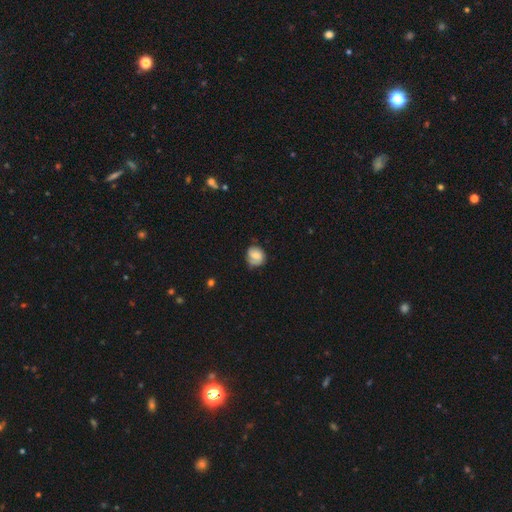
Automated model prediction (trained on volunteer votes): Smooth or featured: smooth — 60% (featured or disk — 32%)
How rounded: round — 70% (in between — 29%)
Merging: none — 60% (minor disturbance — 29%)